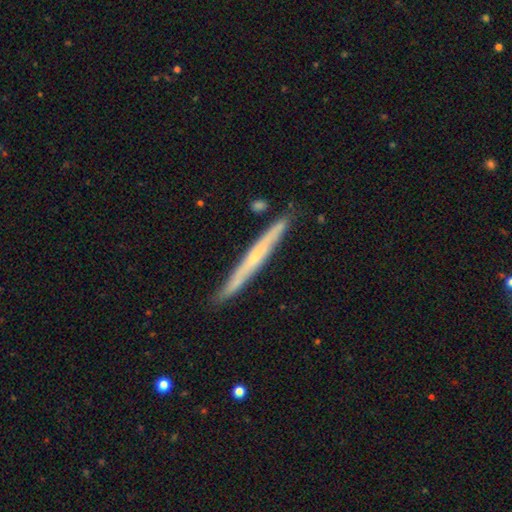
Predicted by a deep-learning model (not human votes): featured or disk 60%, smooth 34%, star or artifact 6%. Down the decision tree: edge-on disk — yes (96%); edge-on bulge — none (58%); merging — none (87%).